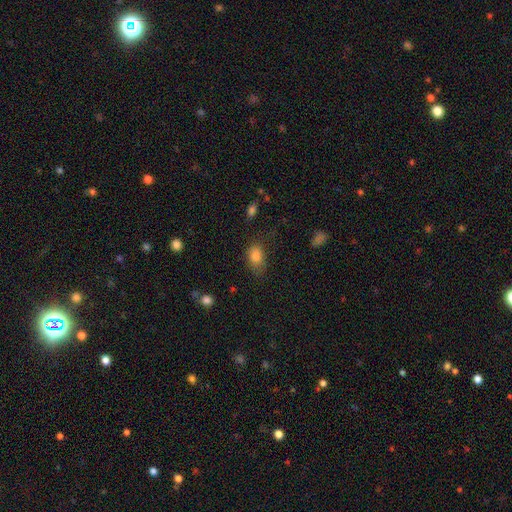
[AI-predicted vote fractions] The model was most divided on "merging": none: 60%, minor disturbance: 27%, major disturbance: 11%, merger: 2%. More confident: smooth or featured — smooth (84%); how rounded — in between (81%).